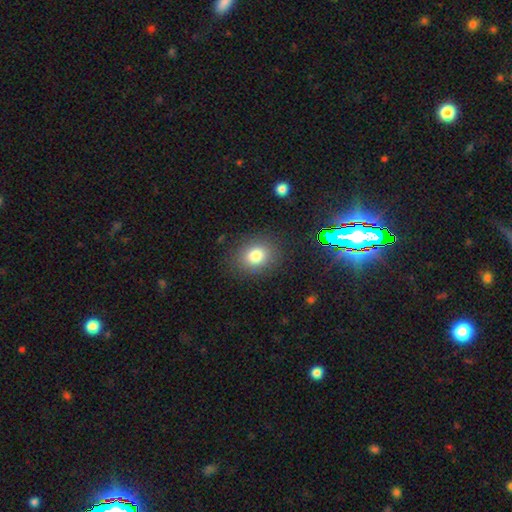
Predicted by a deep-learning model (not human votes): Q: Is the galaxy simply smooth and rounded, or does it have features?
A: smooth — 79%.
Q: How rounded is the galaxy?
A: round — 56%.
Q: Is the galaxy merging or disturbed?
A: none — 86%.